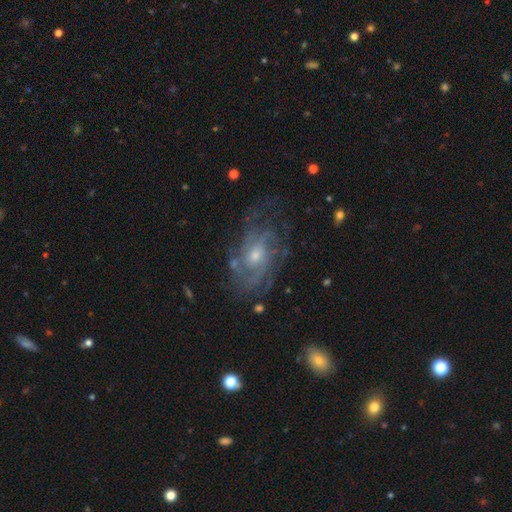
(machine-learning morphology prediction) Q: Smooth or featured?
A: featured or disk (84%); runner-up: smooth (9%)
Q: Edge-on disk?
A: no (96%); runner-up: yes (4%)
Q: Bar?
A: no (71%); runner-up: weak (25%)
Q: Spiral arms?
A: yes (93%); runner-up: no (7%)
Q: Spiral winding?
A: tight (53%); runner-up: medium (36%)
Q: Spiral arm count?
A: can't tell (40%); runner-up: 3 (17%)
Q: Bulge size?
A: small (54%); runner-up: moderate (41%)
Q: Merging?
A: none (66%); runner-up: minor disturbance (19%)